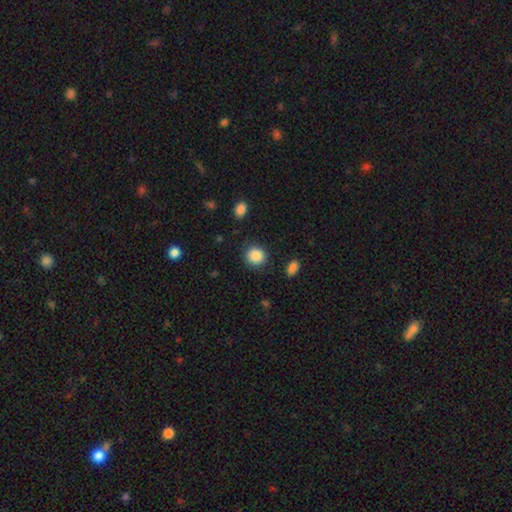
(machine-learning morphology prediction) Q: Smooth or featured?
A: smooth (88%); runner-up: star or artifact (8%)
Q: How rounded?
A: round (87%); runner-up: in between (12%)
Q: Merging?
A: none (85%); runner-up: minor disturbance (10%)